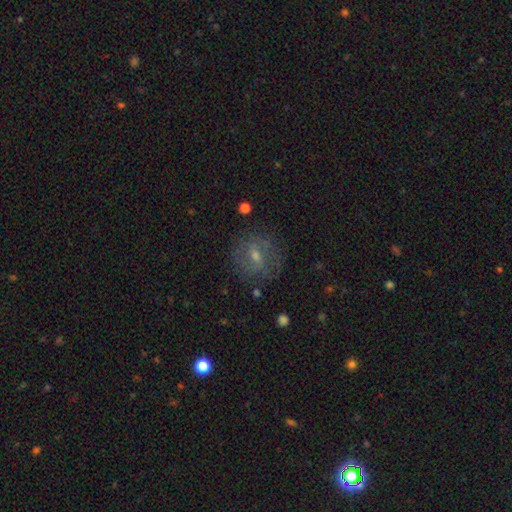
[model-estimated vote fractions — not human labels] smooth_or_featured: featured or disk (p=0.49) [alt: smooth p=0.40]
merging: none (p=0.74) [alt: minor disturbance p=0.15]